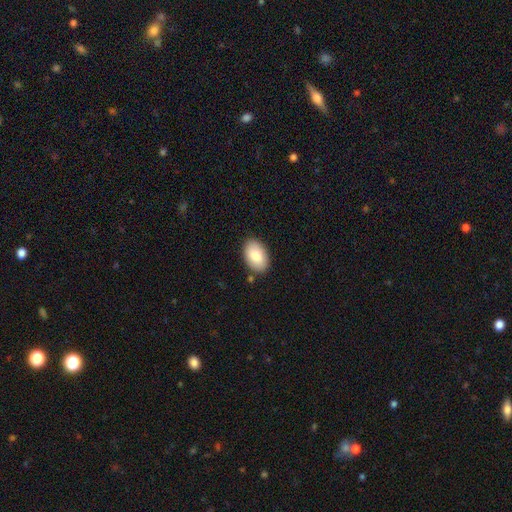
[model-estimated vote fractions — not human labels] smooth-or-featured: smooth: 83% | featured or disk: 11% | star or artifact: 6%
  how-rounded: in between: 92% | round: 7% | cigar-shaped: 1%
  merging: none: 85% | minor disturbance: 10% | merger: 2% | major disturbance: 2%